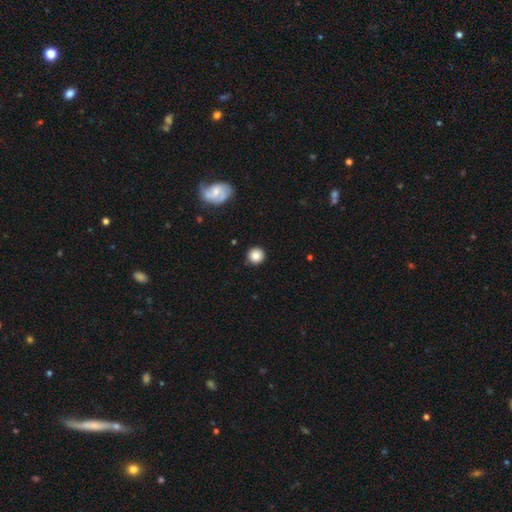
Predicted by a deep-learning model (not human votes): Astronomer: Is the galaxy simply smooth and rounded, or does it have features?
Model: smooth — 83%.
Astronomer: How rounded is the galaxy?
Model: round — 94%.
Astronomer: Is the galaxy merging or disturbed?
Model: none — 90%.